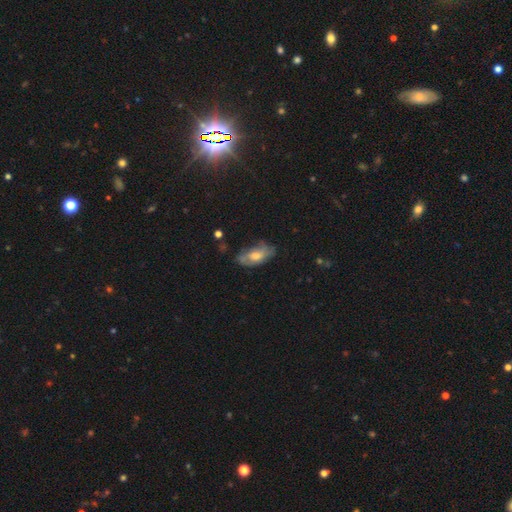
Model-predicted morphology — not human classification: Smooth or featured: smooth — 53% (featured or disk — 40%)
How rounded: in between — 86% (cigar-shaped — 10%)
Merging: none — 58% (minor disturbance — 29%)